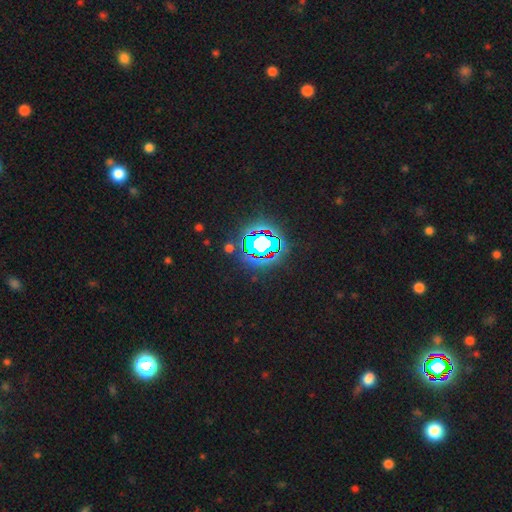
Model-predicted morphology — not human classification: smooth-or-featured: star or artifact: 84% | smooth: 10% | featured or disk: 6%